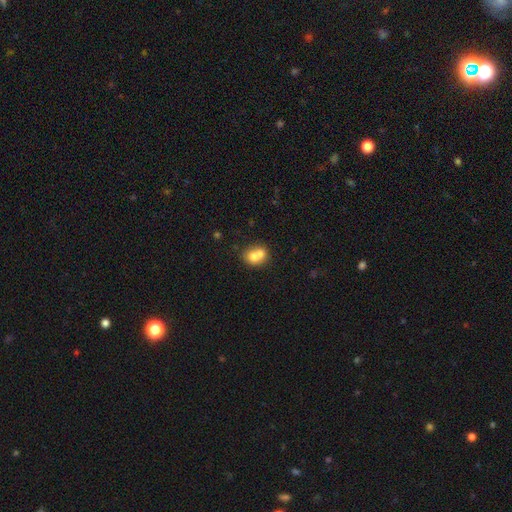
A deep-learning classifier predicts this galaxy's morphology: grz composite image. It shows a smooth galaxy with no disk features (69%) that is round (66%). Merging: merger (63%).